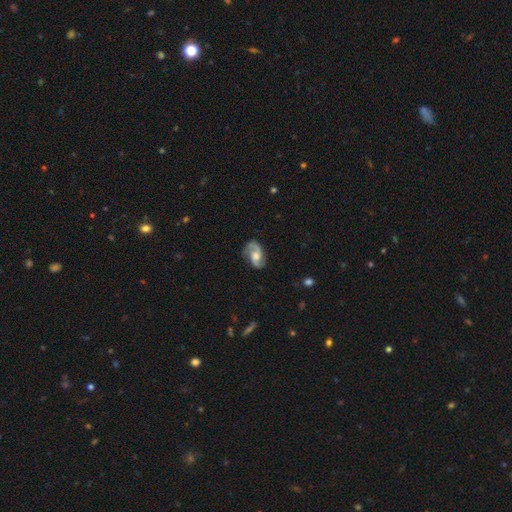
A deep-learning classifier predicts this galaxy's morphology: smooth_or_featured: featured or disk (p=0.85) [alt: smooth p=0.10]
disk_edge_on: no (p=0.97) [alt: yes p=0.03]
bar: no (p=0.56) [alt: weak p=0.36]
has_spiral_arms: yes (p=0.97) [alt: no p=0.03]
spiral_winding: medium (p=0.50) [alt: loose p=0.32]
spiral_arm_count: 2 (p=0.92) [alt: can't tell p=0.03]
bulge_size: moderate (p=0.61) [alt: large p=0.19]
merging: none (p=0.79) [alt: minor disturbance p=0.15]